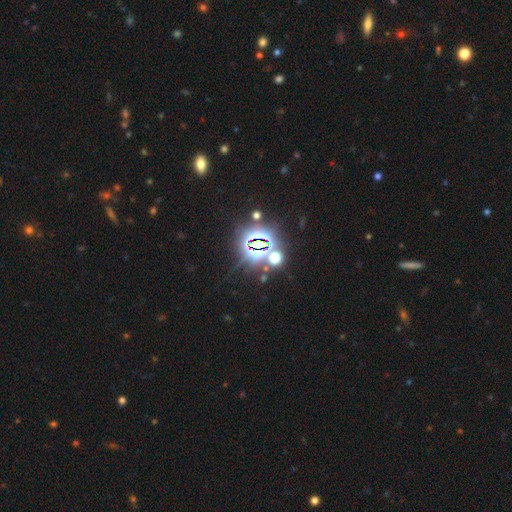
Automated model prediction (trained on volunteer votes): Morphology: type=star or artifact (79%).